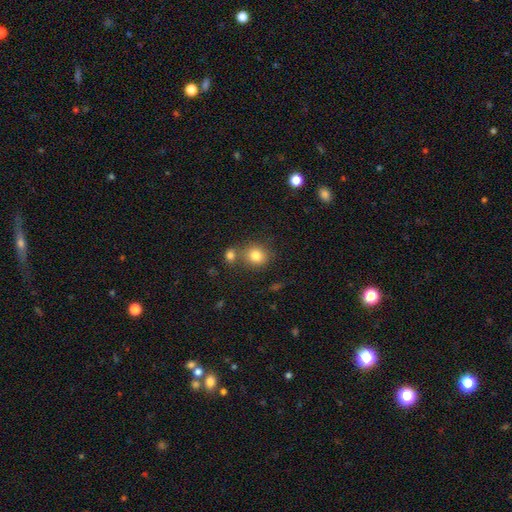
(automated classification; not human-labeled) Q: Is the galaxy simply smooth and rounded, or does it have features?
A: smooth — 81%.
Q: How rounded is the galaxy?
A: round — 82%.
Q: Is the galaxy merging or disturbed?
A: none — 65%.